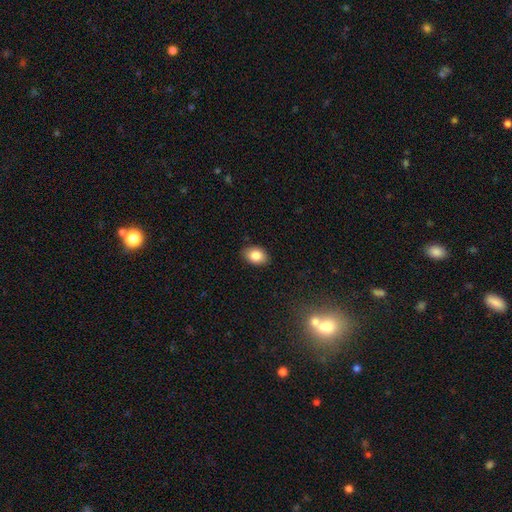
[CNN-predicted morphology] Smooth or featured? Predicted: smooth (p=0.84). How rounded? Predicted: in between (p=0.81). Merging? Predicted: none (p=0.88).